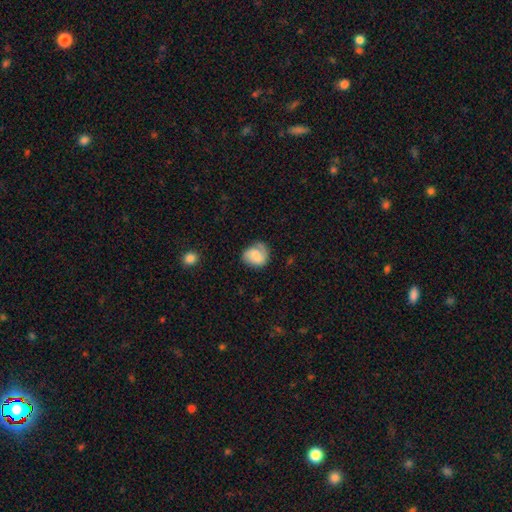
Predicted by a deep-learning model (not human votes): This appears to be a smooth galaxy with no disk features (53%) that is round (65%). Merging: none (59%).